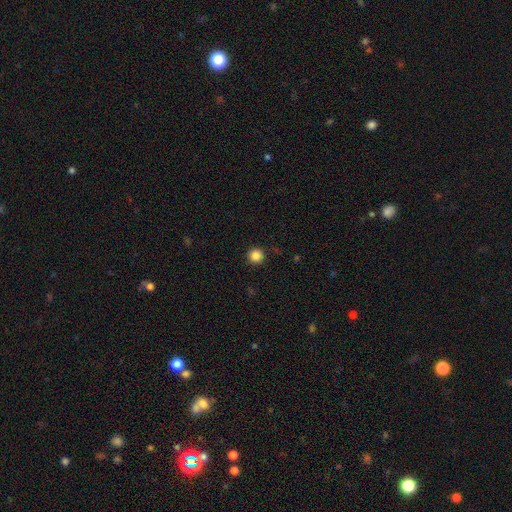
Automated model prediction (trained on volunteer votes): A smooth galaxy with no disk features (86%) that is round (96%).

Vote fractions:
- Smooth or featured? smooth: 86% / star or artifact: 11% / featured or disk: 4%
- How rounded? round: 96% / in between: 3% / cigar-shaped: 1%
- Merging? none: 92% / minor disturbance: 5% / major disturbance: 2% / merger: 1%